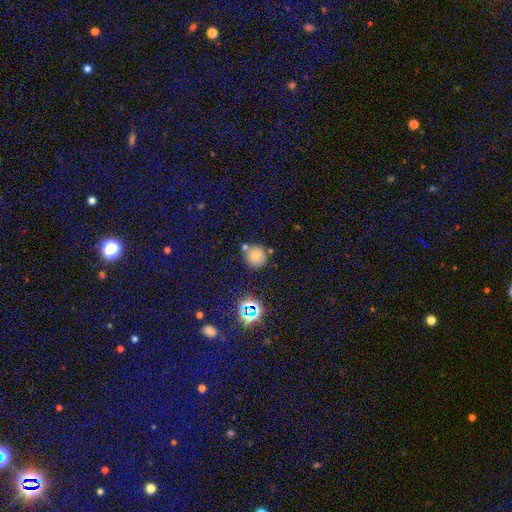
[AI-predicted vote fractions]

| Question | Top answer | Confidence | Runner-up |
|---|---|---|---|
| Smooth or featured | smooth | 67% | star or artifact (19%) |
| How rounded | round | 91% | in between (8%) |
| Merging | none | 70% | merger (15%) |